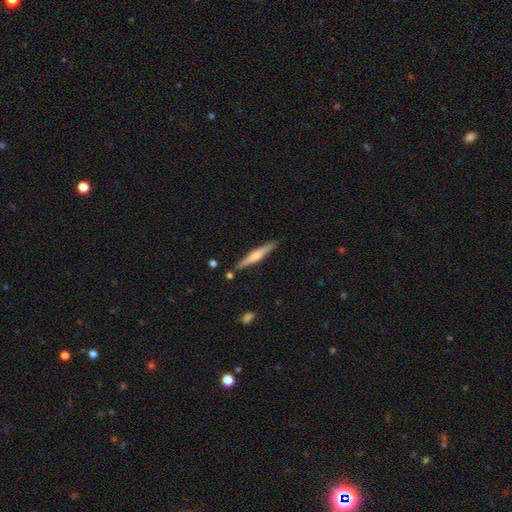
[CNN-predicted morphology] Smooth or featured: featured or disk — 54% (smooth — 41%)
Edge-on disk: yes — 97% (no — 3%)
Edge-on bulge: rounded — 64% (boxy — 20%)
Merging: none — 86% (minor disturbance — 9%)